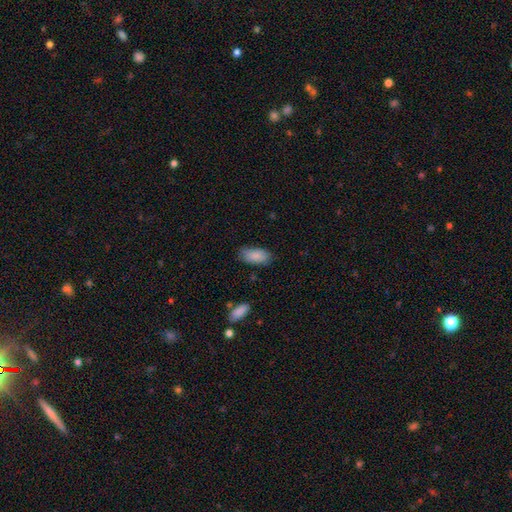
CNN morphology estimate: smooth 88%, star or artifact 7%, featured or disk 6%. Down the decision tree: how rounded — in between (92%); merging — none (75%).